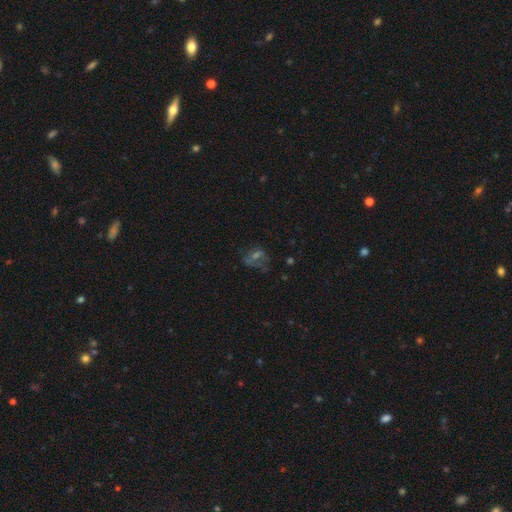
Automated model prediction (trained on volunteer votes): A featured or disk galaxy (38%).

Vote fractions:
- Smooth or featured? featured or disk: 38% / star or artifact: 33% / smooth: 28%
- Merging? none: 45% / major disturbance: 29% / minor disturbance: 20% / merger: 5%